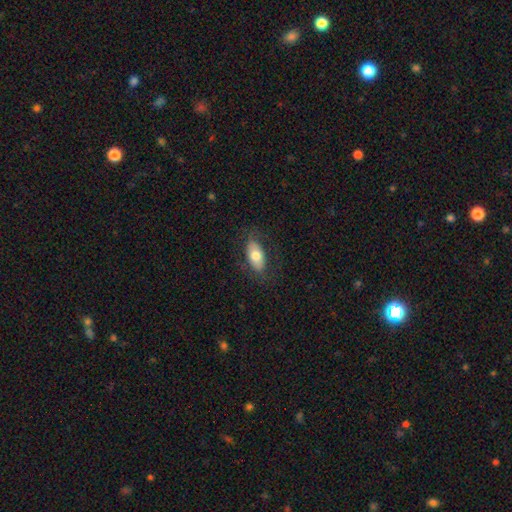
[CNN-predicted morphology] A smooth galaxy with no disk features (70%) that is in between round and cigar-shaped (90%).

Vote fractions:
- Smooth or featured? smooth: 70% / featured or disk: 23% / star or artifact: 7%
- How rounded? in between: 90% / cigar-shaped: 6% / round: 4%
- Merging? none: 79% / minor disturbance: 14% / major disturbance: 6% / merger: 1%